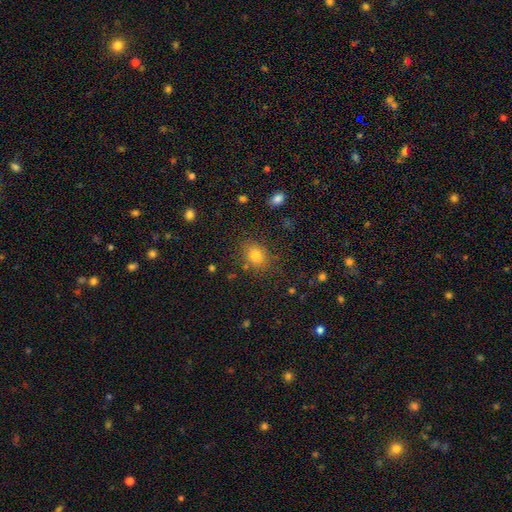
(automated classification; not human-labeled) This appears to be a smooth galaxy with no disk features (78%) that is round (56%). Merging: none (81%).